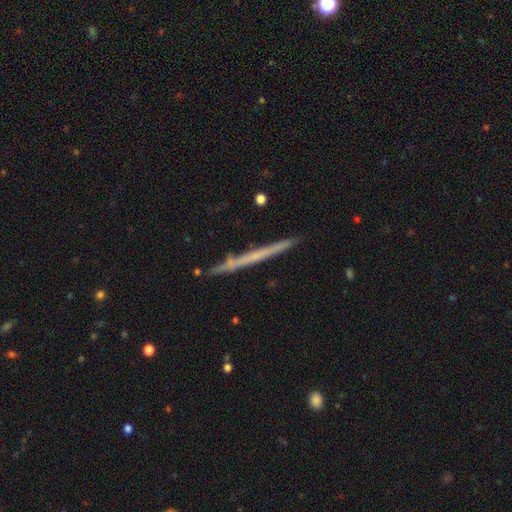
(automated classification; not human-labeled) smooth-or-featured: featured or disk: 54% | smooth: 40% | star or artifact: 6%
  disk-edge-on: yes: 97% | no: 3%
    edge-on-bulge: none: 92% | rounded: 5% | boxy: 3%
  merging: none: 89% | minor disturbance: 8% | merger: 2% | major disturbance: 1%